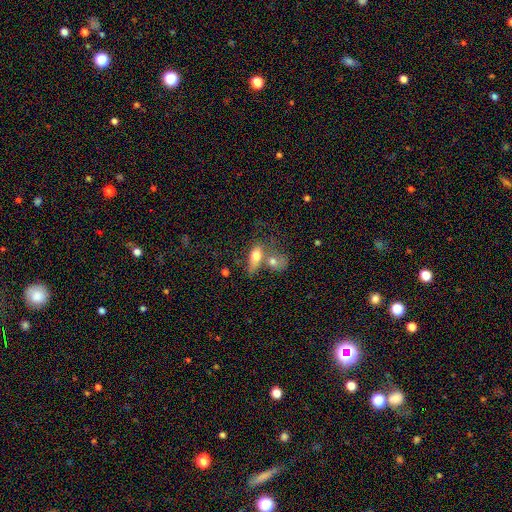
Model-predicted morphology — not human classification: type=smooth (71%); roundness=in between (76%); merging=merger (58%).